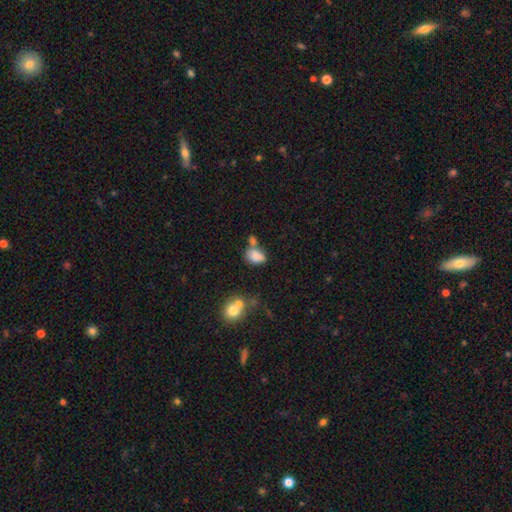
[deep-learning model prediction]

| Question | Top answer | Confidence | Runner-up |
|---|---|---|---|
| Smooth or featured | smooth | 81% | star or artifact (10%) |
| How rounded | in between | 81% | round (18%) |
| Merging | none | 37% | merger (36%) |